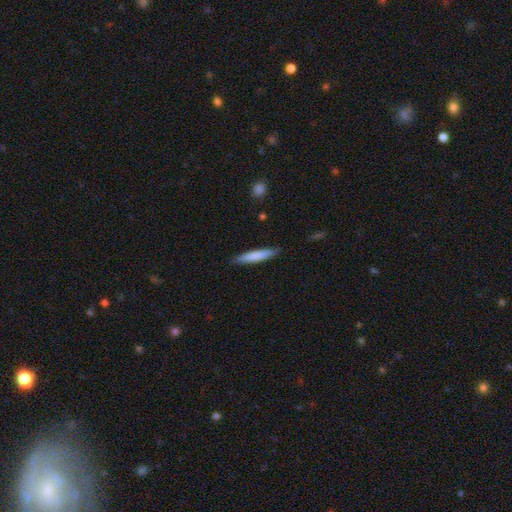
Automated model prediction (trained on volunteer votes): Smooth or featured?
  - smooth: 77% *
  - featured or disk: 18%
  - star or artifact: 5%
How rounded?
  - cigar-shaped: 91% *
  - in between: 8%
  - round: 1%
Merging?
  - none: 87% *
  - minor disturbance: 10%
  - major disturbance: 2%
  - merger: 1%